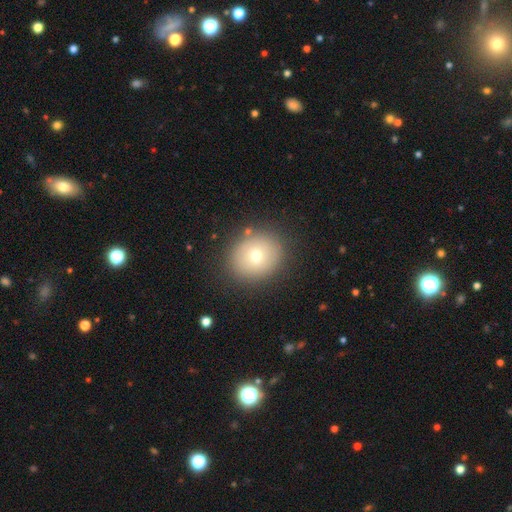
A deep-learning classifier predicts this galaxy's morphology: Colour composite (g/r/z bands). It shows a smooth galaxy with no disk features (69%) that is round (76%). Merging: none (84%).